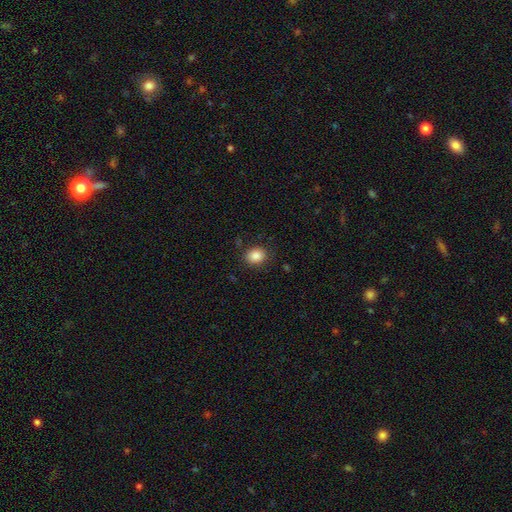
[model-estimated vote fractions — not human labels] Smooth or featured: smooth — 87% (star or artifact — 9%)
How rounded: round — 58% (in between — 41%)
Merging: none — 86% (minor disturbance — 10%)